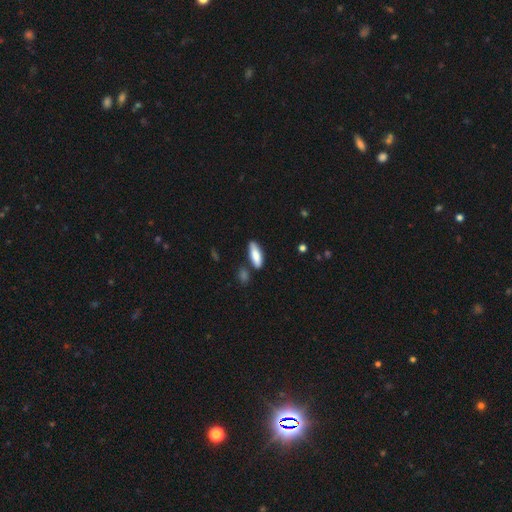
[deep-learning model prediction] Morphology: type=smooth (82%); roundness=in between (54%); merging=none (79%).